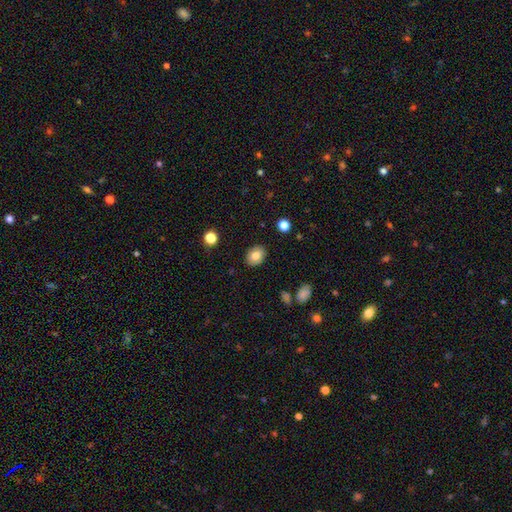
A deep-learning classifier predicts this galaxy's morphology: Smooth or featured?
  - smooth: 77% *
  - featured or disk: 14%
  - star or artifact: 9%
How rounded?
  - in between: 60% *
  - round: 39%
  - cigar-shaped: 1%
Merging?
  - none: 88% *
  - minor disturbance: 9%
  - major disturbance: 2%
  - merger: 1%